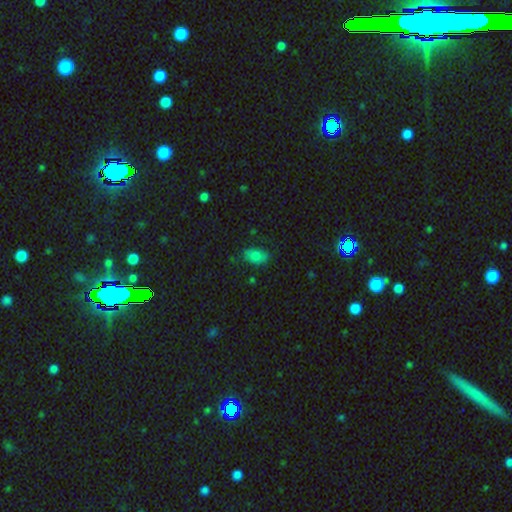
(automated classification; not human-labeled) smooth 79%, star or artifact 11%, featured or disk 10%. Down the decision tree: how rounded — in between (87%); merging — none (70%).